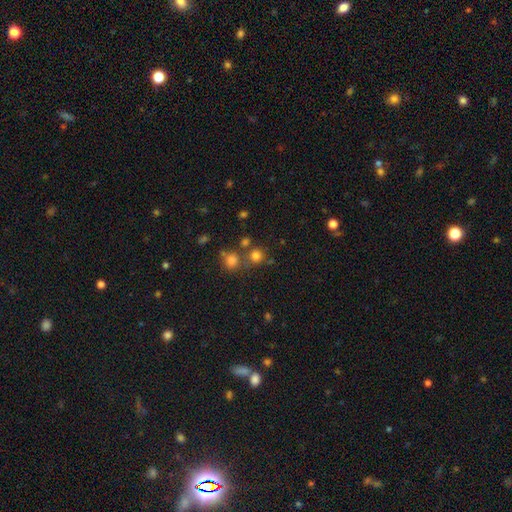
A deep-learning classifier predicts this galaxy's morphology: Smooth or featured?
  - smooth: 75% *
  - star or artifact: 18%
  - featured or disk: 7%
How rounded?
  - round: 89% *
  - in between: 10%
  - cigar-shaped: 1%
Merging?
  - none: 67% *
  - merger: 21%
  - minor disturbance: 8%
  - major disturbance: 4%